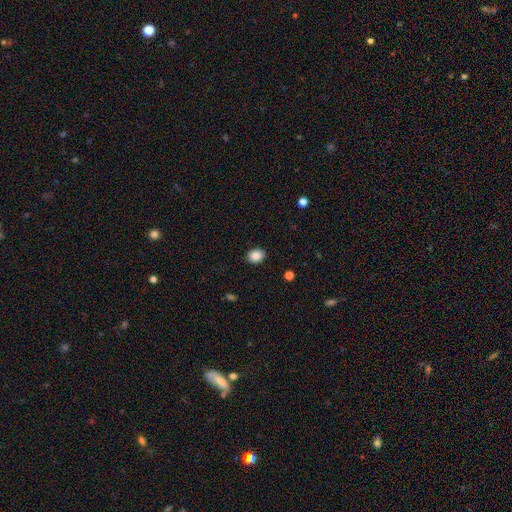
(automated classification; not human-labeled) Smooth or featured: smooth — 87% (star or artifact — 9%)
How rounded: in between — 52% (round — 47%)
Merging: none — 89% (minor disturbance — 8%)